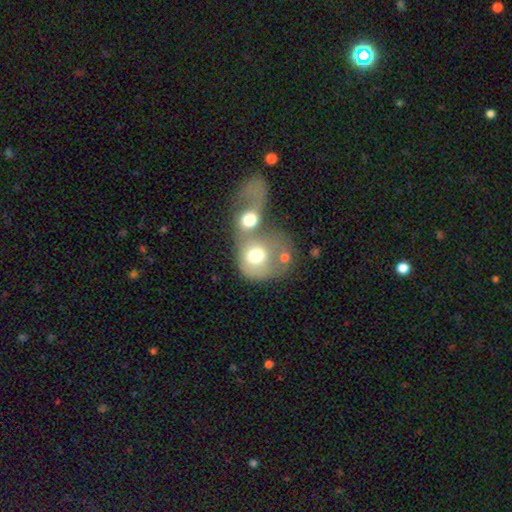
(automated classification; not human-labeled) The model was most divided on "how rounded": round: 60%, in between: 39%, cigar-shaped: 1%. More confident: merging — merger (71%); smooth or featured — smooth (59%).